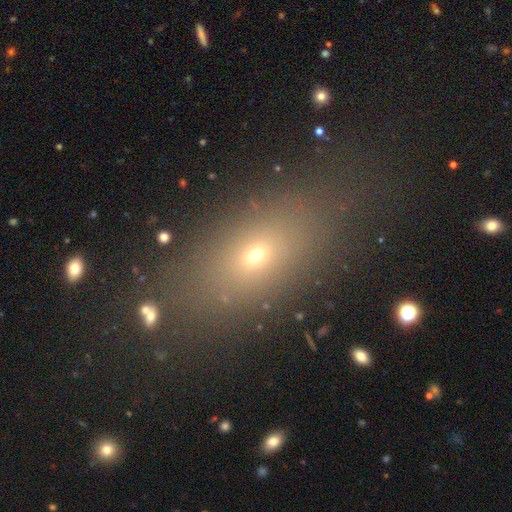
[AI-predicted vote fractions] This appears to be a smooth galaxy with no disk features (61%) that is in between round and cigar-shaped (73%). Merging: none (72%).